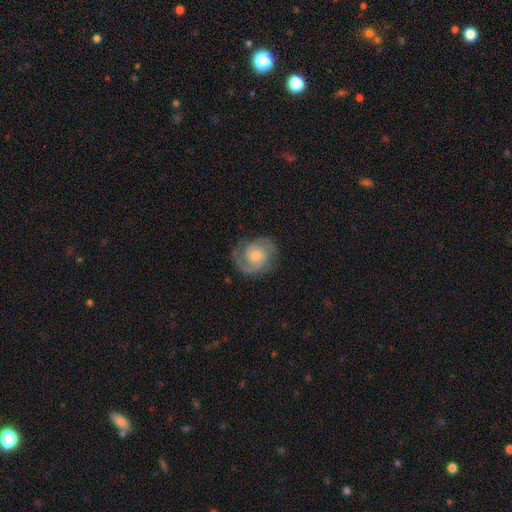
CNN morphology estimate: smooth-or-featured: featured or disk: 82% | smooth: 12% | star or artifact: 5%
  disk-edge-on: no: 98% | yes: 2%
    bar: no: 63% | weak: 33% | strong: 4%
    has-spiral-arms: yes: 96% | no: 4%
      spiral-winding: medium: 46% | tight: 42% | loose: 12%
      spiral-arm-count: 2: 76% | 1: 9% | can't tell: 7% | 3: 5% | 4: 2% | more than 4: 2%
    bulge-size: moderate: 50% | small: 41% | large: 4% | none: 3% | dominant: 1%
  merging: none: 76% | minor disturbance: 16% | major disturbance: 7% | merger: 1%